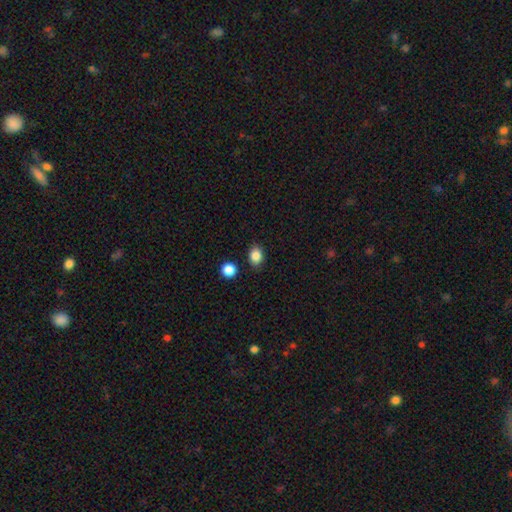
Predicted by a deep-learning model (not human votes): Smooth or featured?
  - smooth: 85% *
  - star or artifact: 10%
  - featured or disk: 5%
How rounded?
  - in between: 60% *
  - round: 39%
  - cigar-shaped: 1%
Merging?
  - none: 82% *
  - minor disturbance: 11%
  - merger: 4%
  - major disturbance: 3%